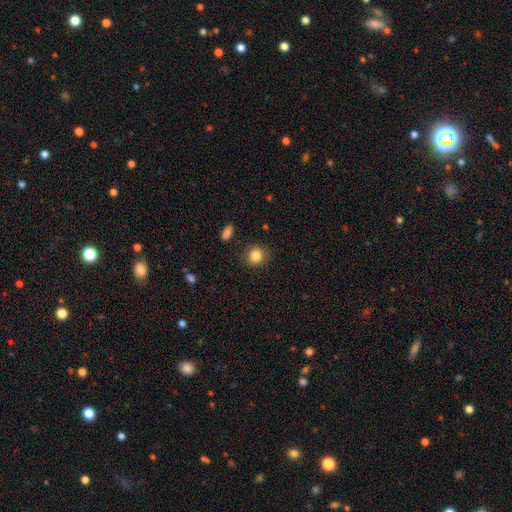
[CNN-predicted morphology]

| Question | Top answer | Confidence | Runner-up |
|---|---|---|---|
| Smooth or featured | smooth | 84% | star or artifact (9%) |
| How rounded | round | 84% | in between (15%) |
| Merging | none | 87% | minor disturbance (9%) |